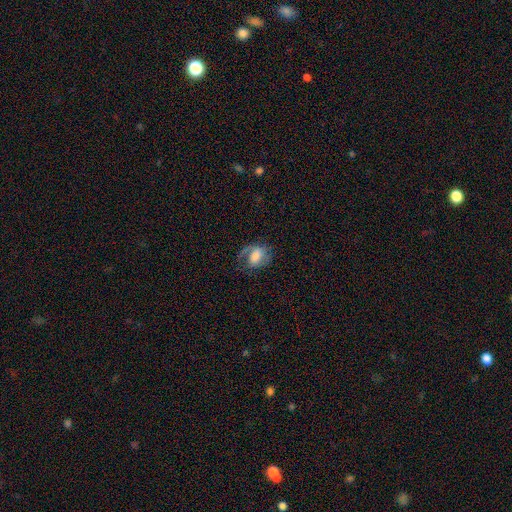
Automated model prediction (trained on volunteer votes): Smooth or featured: featured or disk — 56% (smooth — 36%)
Edge-on disk: no — 96% (yes — 4%)
Bar: weak — 41% (no — 36%)
Spiral arms: yes — 84% (no — 16%)
Bulge size: moderate — 37% (large — 30%)
Merging: none — 56% (minor disturbance — 22%)